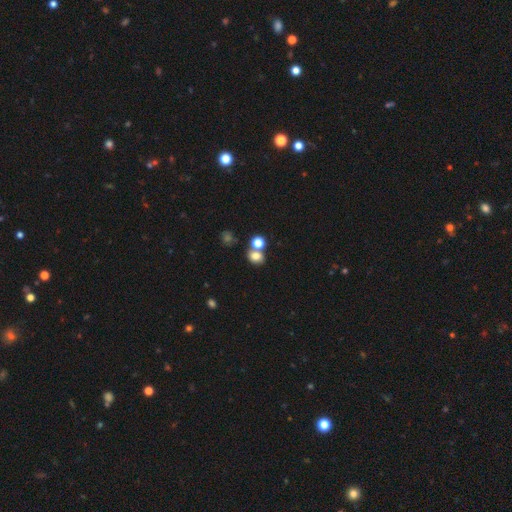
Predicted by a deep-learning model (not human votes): Overall: smooth (75%). How rounded: round (60%; in between 39%). Merging: none (53%; merger 34%).